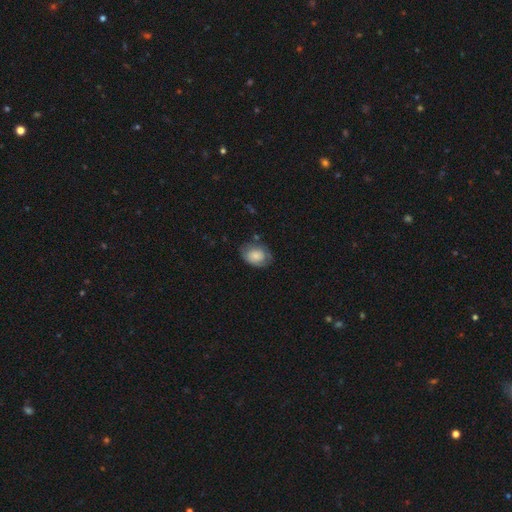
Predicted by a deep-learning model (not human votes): This is likely a smooth galaxy (67%). How rounded: likely in between (73%). Merging: likely none (63%).